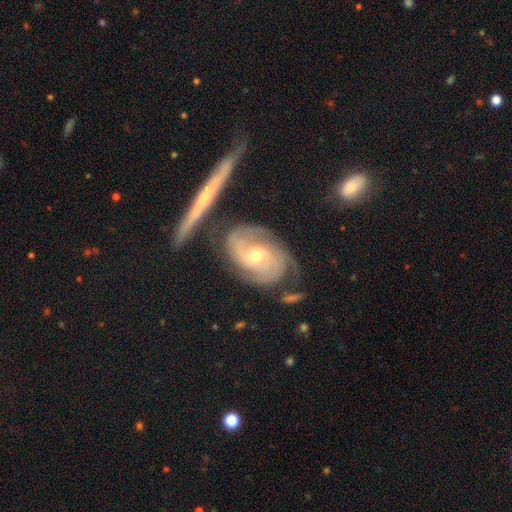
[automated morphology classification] Smooth or featured? featured or disk (86%)
Edge-on disk? no (93%)
Bar? no (51%)
Spiral arms? yes (96%)
Spiral winding? tight (60%)
Spiral arm count? 2 (33%)
Bulge size? moderate (53%)
Merging? none (64%)